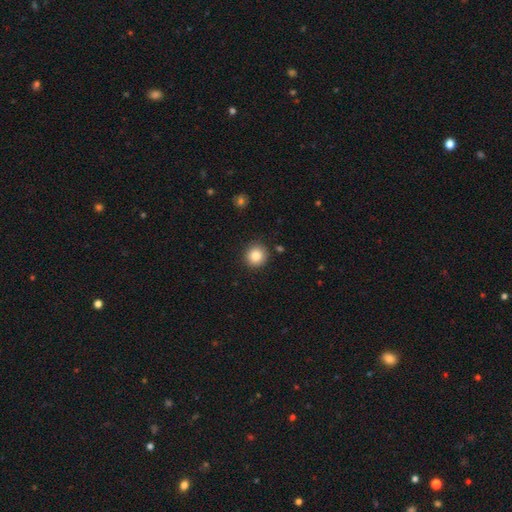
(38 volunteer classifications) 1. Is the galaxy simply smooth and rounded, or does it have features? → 87% smooth, 8% star or artifact, 5% featured or disk.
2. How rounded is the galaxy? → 97% round, 3% in between, 0% cigar-shaped.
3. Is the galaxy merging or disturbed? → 91% none, 9% minor disturbance, 0% major disturbance, 0% merger.